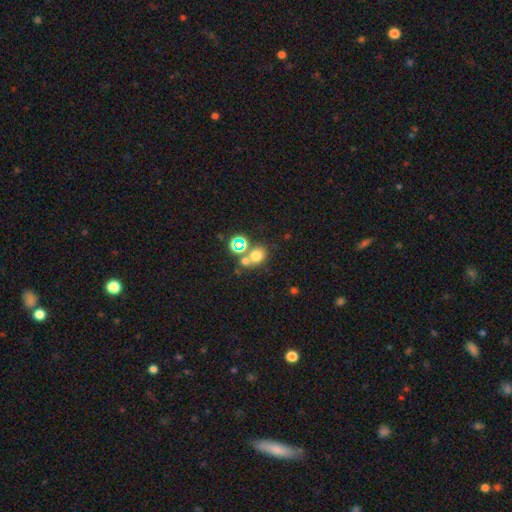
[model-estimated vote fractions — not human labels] This appears to be a smooth galaxy with no disk features (66%) that is round (70%). Merging: none (49%).